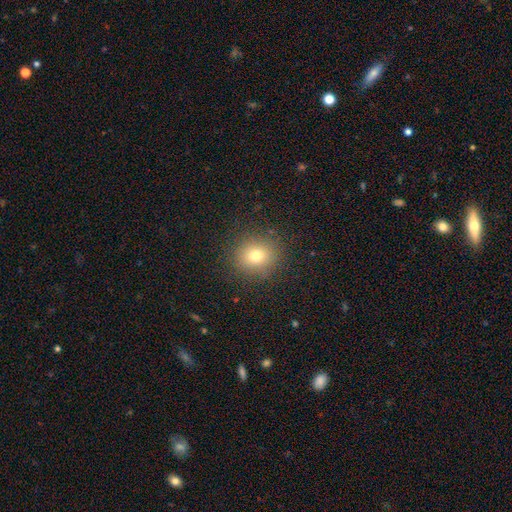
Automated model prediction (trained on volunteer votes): A smooth galaxy with no disk features (78%) that is round (83%). Merging: none (89%).